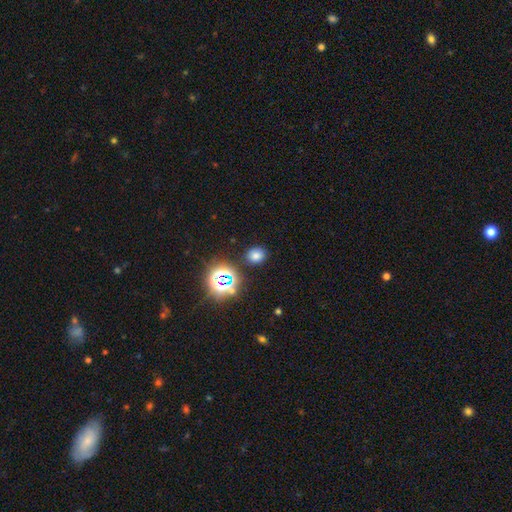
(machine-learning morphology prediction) smooth_or_featured: smooth (p=0.69) [alt: star or artifact p=0.23]
how_rounded: round (p=0.69) [alt: in between p=0.30]
merging: none (p=0.86) [alt: minor disturbance p=0.09]